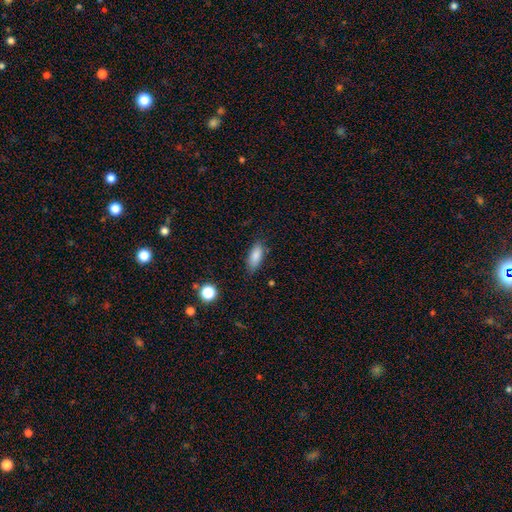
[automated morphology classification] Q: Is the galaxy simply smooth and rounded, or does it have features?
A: smooth — 85%.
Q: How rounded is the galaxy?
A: in between — 79%.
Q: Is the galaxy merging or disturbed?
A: none — 78%.